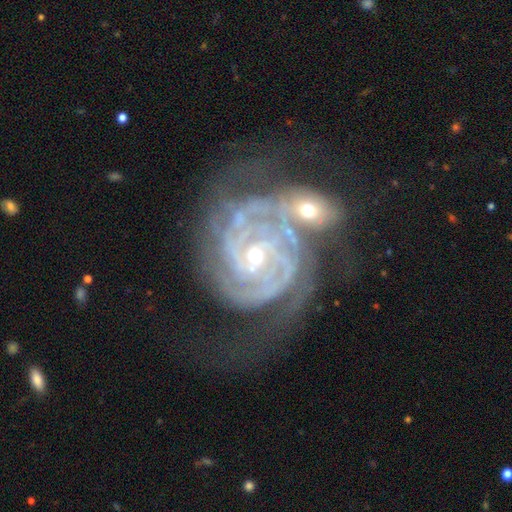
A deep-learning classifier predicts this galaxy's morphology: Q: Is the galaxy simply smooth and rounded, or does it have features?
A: featured or disk — 92%.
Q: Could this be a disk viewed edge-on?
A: no — 97%.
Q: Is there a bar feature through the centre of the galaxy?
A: no — 48%.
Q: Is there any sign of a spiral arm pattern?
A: yes — 98%.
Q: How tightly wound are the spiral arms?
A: tight — 76%.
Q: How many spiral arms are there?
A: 3 — 29%.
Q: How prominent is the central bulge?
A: small — 57%.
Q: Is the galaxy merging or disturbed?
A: none — 35%.